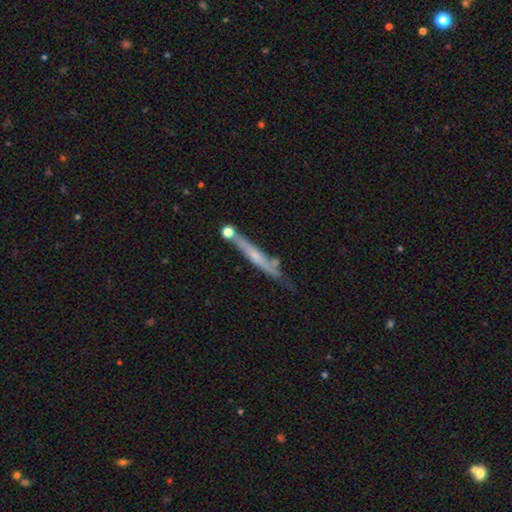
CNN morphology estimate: Q: Smooth or featured?
A: featured or disk (57%); runner-up: smooth (35%)
Q: Edge-on disk?
A: yes (89%); runner-up: no (11%)
Q: Edge-on bulge?
A: none (54%); runner-up: rounded (40%)
Q: Merging?
A: none (66%); runner-up: minor disturbance (20%)